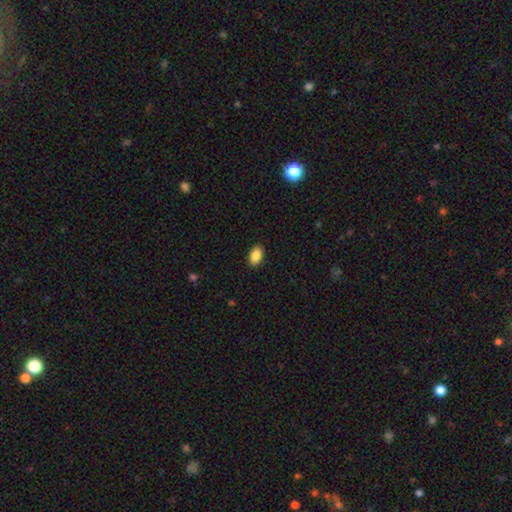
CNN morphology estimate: Smooth or featured? Predicted: smooth (p=0.88). How rounded? Predicted: in between (p=0.92). Merging? Predicted: none (p=0.89).